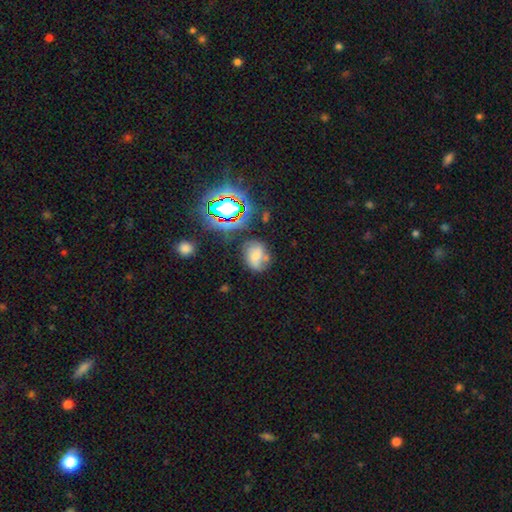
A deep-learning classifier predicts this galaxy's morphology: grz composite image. It shows a smooth galaxy with no disk features (50%). Merging: none (53%).